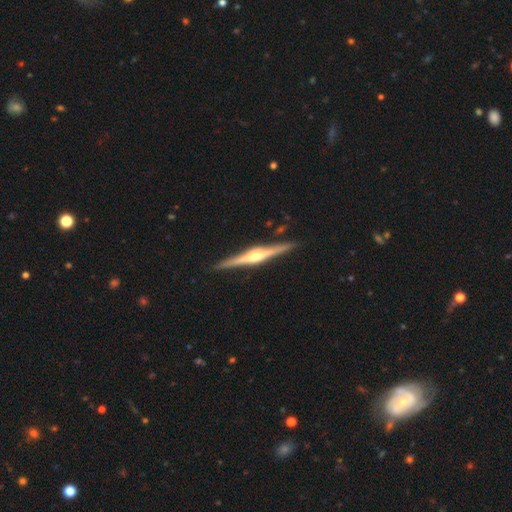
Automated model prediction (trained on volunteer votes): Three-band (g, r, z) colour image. It shows a featured or disk galaxy (85%) viewed edge-on (99%) with a rounded central bulge (89%). Merging: none (91%).